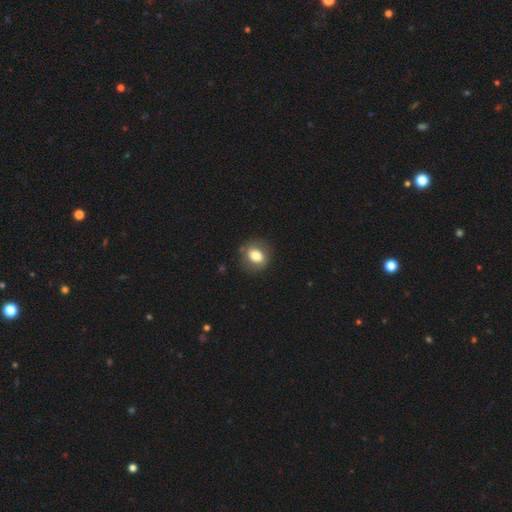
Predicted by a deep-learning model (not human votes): This appears to be a smooth galaxy with no disk features (75%) that is in between round and cigar-shaped (50%). Merging: none (80%).